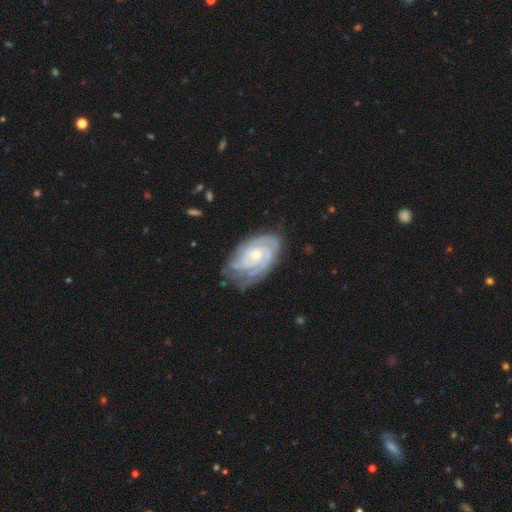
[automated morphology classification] smooth-or-featured: featured or disk: 87% | smooth: 8% | star or artifact: 5%
  disk-edge-on: no: 97% | yes: 3%
    bar: no: 72% | weak: 23% | strong: 5%
    has-spiral-arms: yes: 97% | no: 3%
      spiral-winding: tight: 73% | medium: 23% | loose: 4%
      spiral-arm-count: 3: 28% | 2: 27% | can't tell: 23% | 4: 12% | more than 4: 5% | 1: 5%
    bulge-size: small: 63% | moderate: 33% | none: 2% | large: 1% | dominant: 1%
  merging: none: 69% | minor disturbance: 22% | major disturbance: 7% | merger: 2%